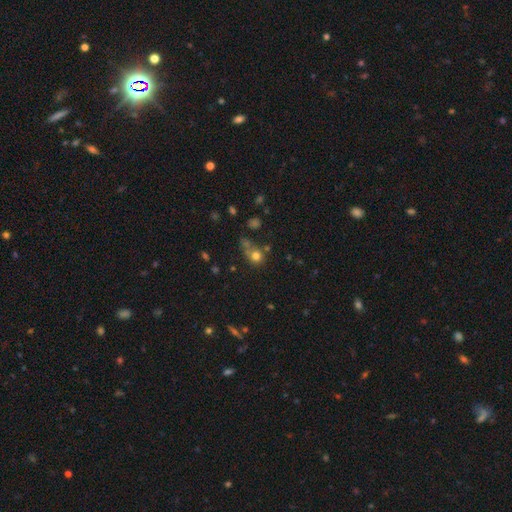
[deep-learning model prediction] This appears to be a smooth galaxy with no disk features (72%) that is round (83%). Merging: none (52%).